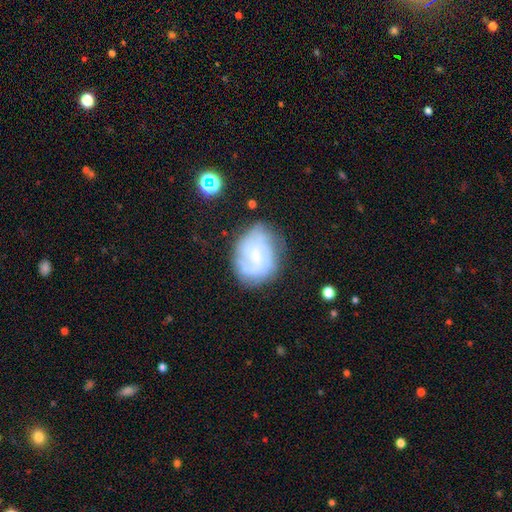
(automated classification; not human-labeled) Overall: featured or disk (71%). Edge-on disk: no (98%). Bar: weak (51%; no 38%). Spiral arms: yes (87%). Spiral arm count: can't tell (38%; 2 27%). Spiral winding: tight (47%; medium 38%). Bulge size: small (52%; none 23%). Merging: none (64%).